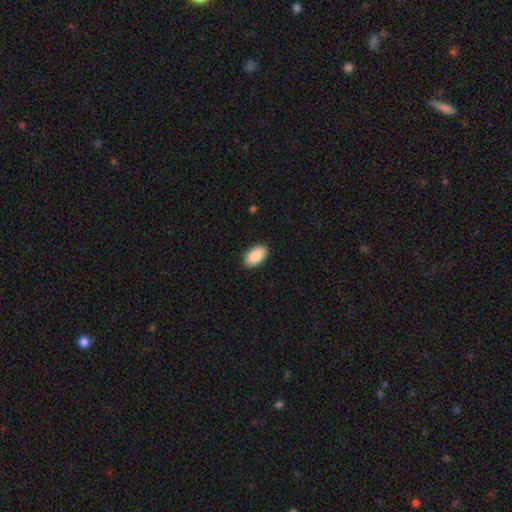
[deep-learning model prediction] The model was most divided on "merging": none: 90%, minor disturbance: 7%, major disturbance: 2%, merger: 1%. More confident: how rounded — in between (96%); smooth or featured — smooth (91%).